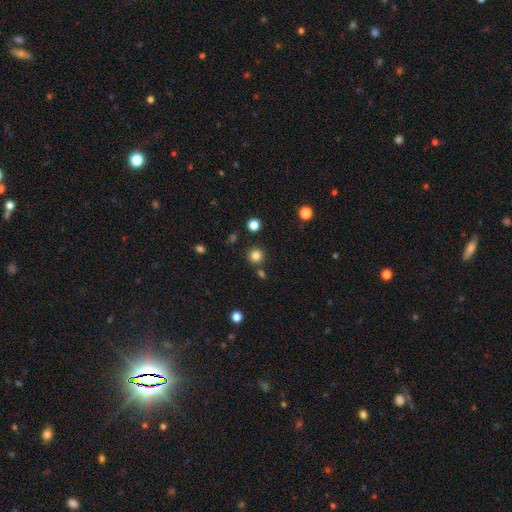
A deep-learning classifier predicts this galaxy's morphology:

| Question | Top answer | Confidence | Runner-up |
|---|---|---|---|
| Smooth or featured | smooth | 82% | star or artifact (13%) |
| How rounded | round | 94% | in between (5%) |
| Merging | none | 84% | minor disturbance (7%) |